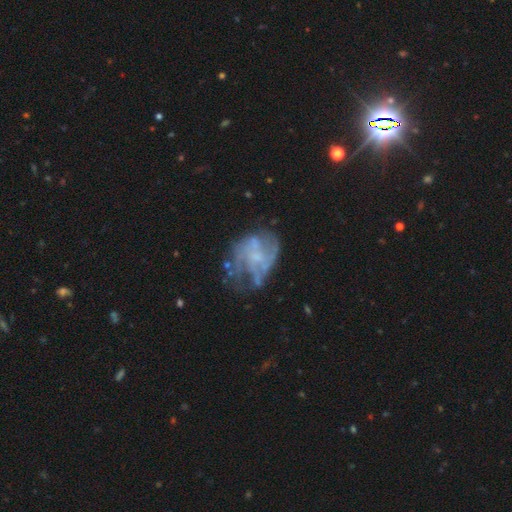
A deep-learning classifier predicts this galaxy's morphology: A featured or disk galaxy (69%) with no bar (70%), spiral arms (60%) and a small central bulge (45%).

Vote fractions:
- Smooth or featured? featured or disk: 69% / smooth: 17% / star or artifact: 14%
- Edge-on disk? no: 98% / yes: 2%
- Bar? no: 70% / weak: 25% / strong: 5%
- Spiral arms? yes: 60% / no: 40%
- Bulge size? small: 45% / none: 35% / moderate: 17% / large: 2% / dominant: 1%
- Merging? none: 49% / major disturbance: 25% / minor disturbance: 22% / merger: 4%